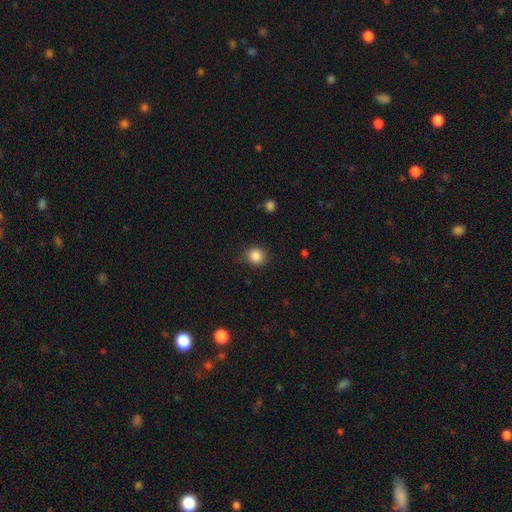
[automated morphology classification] smooth_or_featured: smooth (p=0.86) [alt: star or artifact p=0.10]
how_rounded: round (p=0.88) [alt: in between p=0.11]
merging: none (p=0.84) [alt: minor disturbance p=0.12]